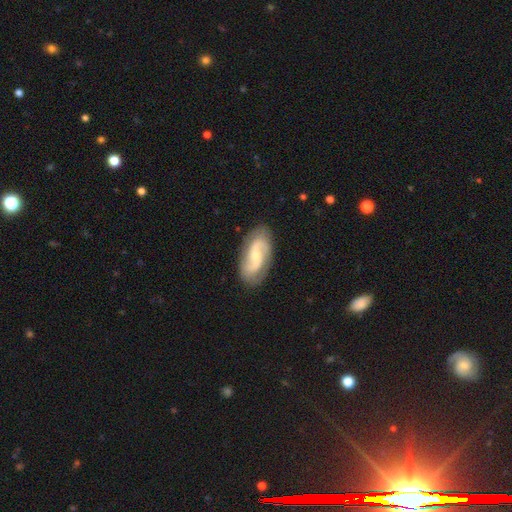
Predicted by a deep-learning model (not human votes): A featured or disk galaxy (82%) with a weak bar (44%), 2 (89%) medium (43%) spiral arms (95%) and a small central bulge (53%).

Vote fractions:
- Smooth or featured? featured or disk: 82% / smooth: 14% / star or artifact: 5%
- Edge-on disk? no: 96% / yes: 4%
- Bar? weak: 44% / no: 41% / strong: 14%
- Spiral arms? yes: 95% / no: 5%
- Spiral winding? medium: 43% / loose: 37% / tight: 20%
- Spiral arm count? 2: 89% / can't tell: 5% / 3: 2% / 1: 2% / 4: 1% / more than 4: 1%
- Bulge size? small: 53% / moderate: 41% / none: 2% / large: 2% / dominant: 1%
- Merging? none: 83% / minor disturbance: 13% / major disturbance: 3% / merger: 1%